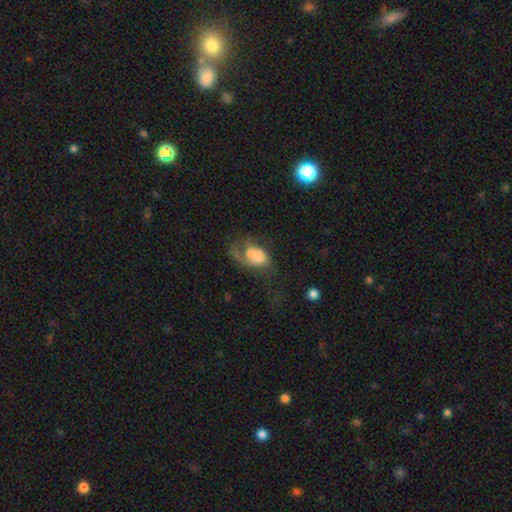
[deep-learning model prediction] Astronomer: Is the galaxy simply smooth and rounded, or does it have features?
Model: featured or disk — 49% (runner-up: smooth, 42%).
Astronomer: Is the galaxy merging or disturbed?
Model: major disturbance — 52%.